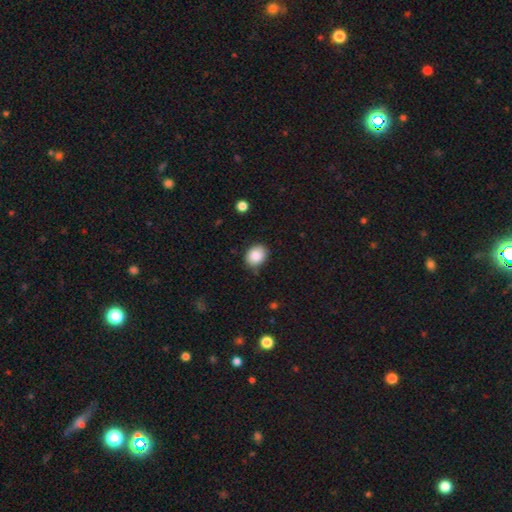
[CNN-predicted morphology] The model was most divided on "how rounded": in between: 51%, round: 48%, cigar-shaped: 1%. More confident: smooth or featured — smooth (87%); merging — none (82%).